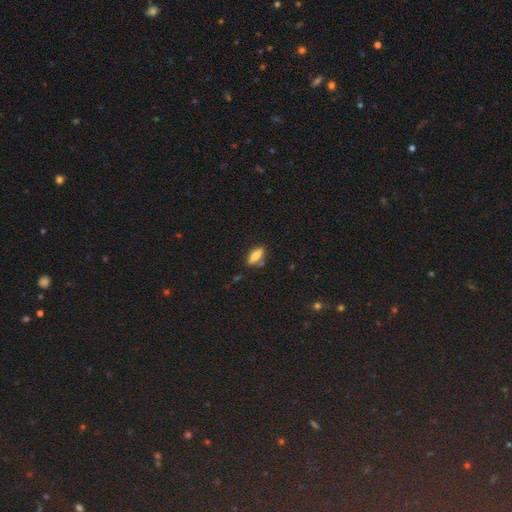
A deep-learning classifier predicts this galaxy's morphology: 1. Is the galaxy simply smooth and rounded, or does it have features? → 65% smooth, 25% featured or disk, 10% star or artifact.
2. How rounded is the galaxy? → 58% in between, 37% cigar-shaped, 4% round.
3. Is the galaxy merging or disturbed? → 77% none, 13% minor disturbance, 6% merger, 4% major disturbance.